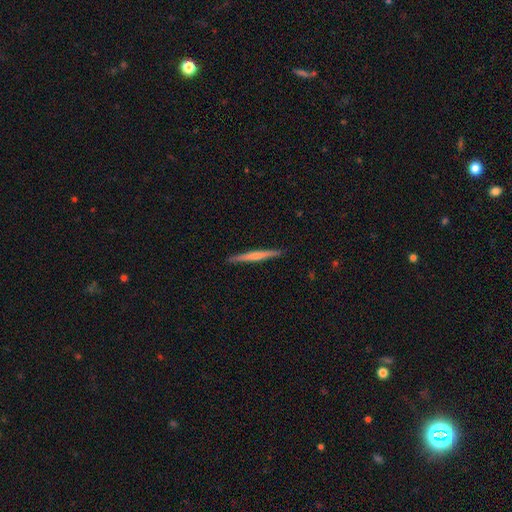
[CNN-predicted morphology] Smooth or featured: featured or disk — 49% (smooth — 45%)
Merging: none — 91% (minor disturbance — 7%)